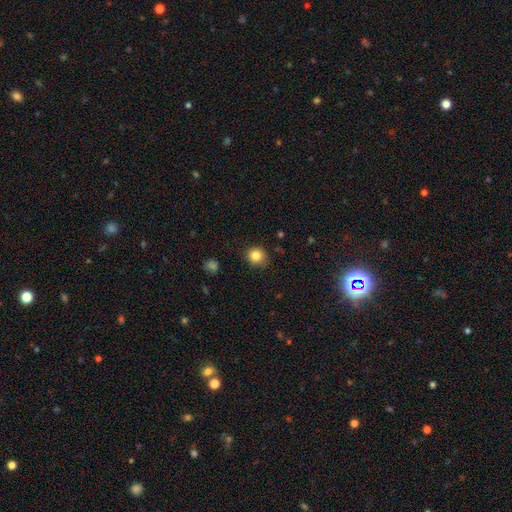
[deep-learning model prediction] This appears to be a smooth galaxy with no disk features (85%) that is round (90%). Merging: none (85%).